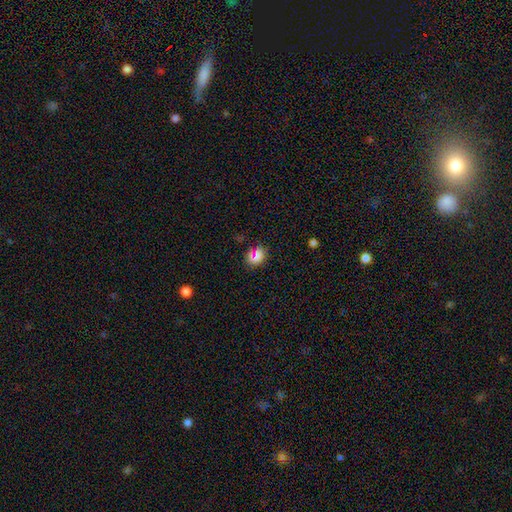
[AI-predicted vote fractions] Morphology: type=smooth (69%); roundness=round (58%); merging=none (82%).